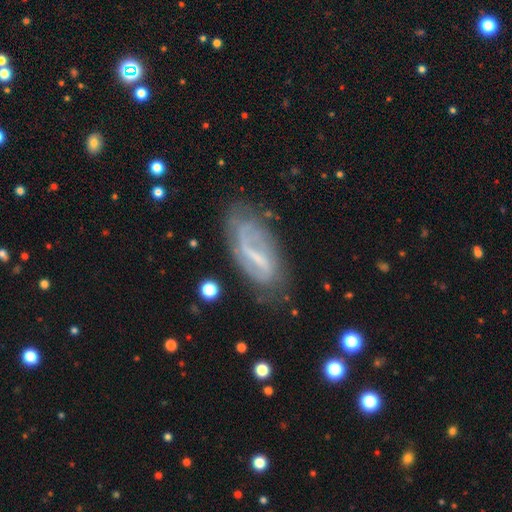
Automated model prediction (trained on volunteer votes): Smooth or featured: featured or disk — 73% (smooth — 18%)
Edge-on disk: no — 90% (yes — 10%)
Bar: strong — 48% (weak — 37%)
Spiral arms: yes — 81% (no — 19%)
Spiral winding: loose — 41% (medium — 35%)
Spiral arm count: 2 — 59% (can't tell — 21%)
Bulge size: small — 43% (none — 40%)
Merging: none — 64% (minor disturbance — 22%)